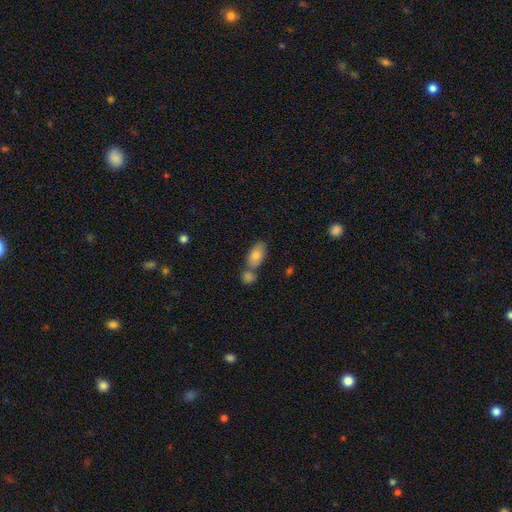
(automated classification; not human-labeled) smooth_or_featured: smooth (p=0.81) [alt: featured or disk p=0.12]
how_rounded: in between (p=0.91) [alt: round p=0.06]
merging: none (p=0.45) [alt: merger p=0.40]